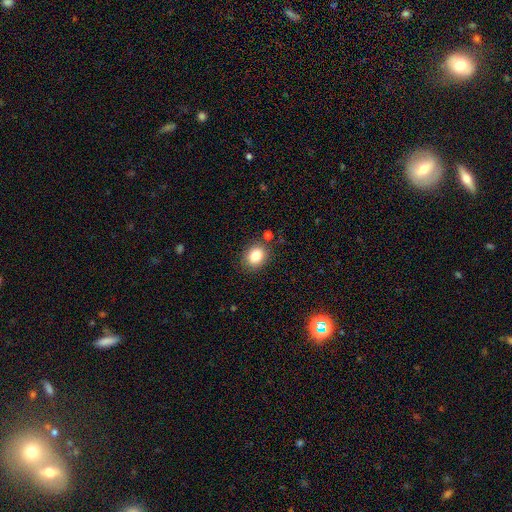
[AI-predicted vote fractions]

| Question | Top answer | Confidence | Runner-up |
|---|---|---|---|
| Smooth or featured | smooth | 83% | star or artifact (10%) |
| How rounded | in between | 62% | round (37%) |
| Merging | none | 81% | minor disturbance (12%) |